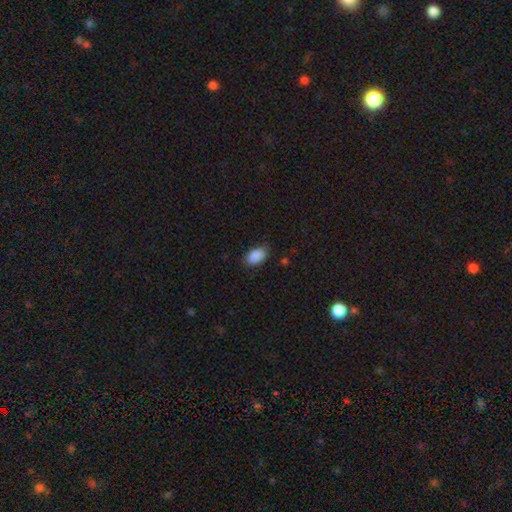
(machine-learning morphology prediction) A smooth galaxy with no disk features (89%) that is in between round and cigar-shaped (92%). Merging: none (81%).